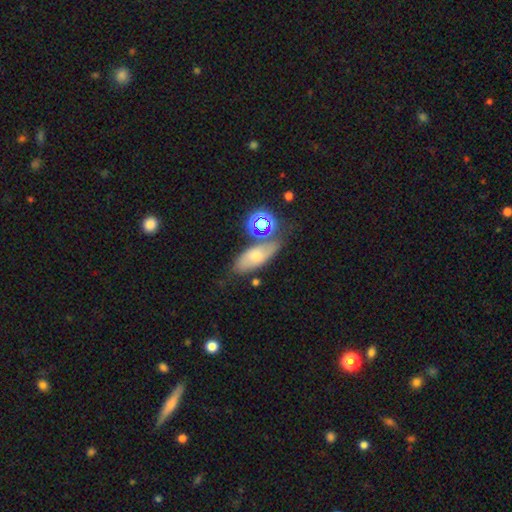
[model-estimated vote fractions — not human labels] smooth_or_featured: smooth (p=0.50) [alt: featured or disk p=0.30]
how_rounded: in between (p=0.71) [alt: cigar-shaped p=0.17]
merging: none (p=0.63) [alt: minor disturbance p=0.19]